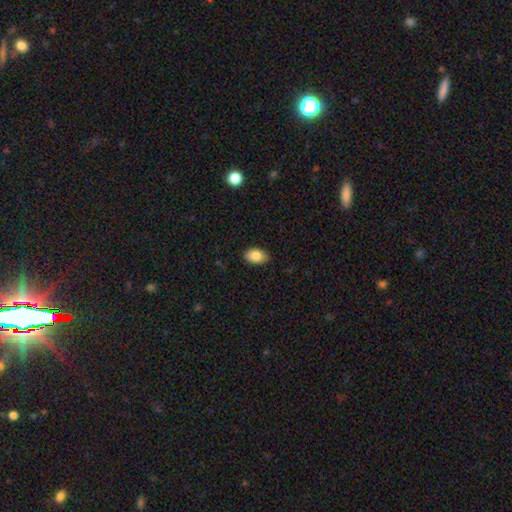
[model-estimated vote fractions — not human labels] smooth_or_featured: smooth (p=0.87) [alt: star or artifact p=0.08]
how_rounded: in between (p=0.87) [alt: round p=0.12]
merging: none (p=0.85) [alt: minor disturbance p=0.12]